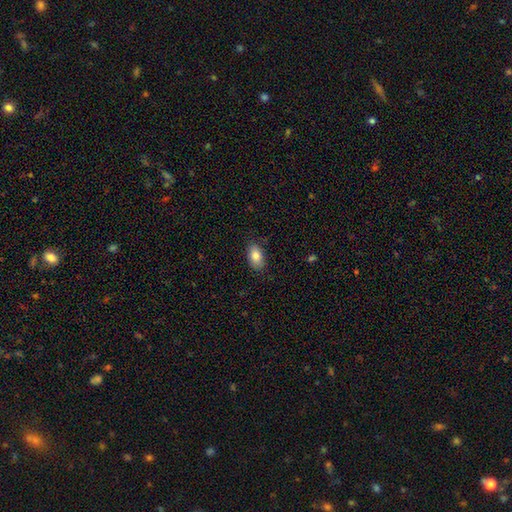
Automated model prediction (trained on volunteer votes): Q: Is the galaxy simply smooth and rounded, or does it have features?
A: smooth — 83%.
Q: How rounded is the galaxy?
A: in between — 91%.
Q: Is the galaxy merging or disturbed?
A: none — 84%.